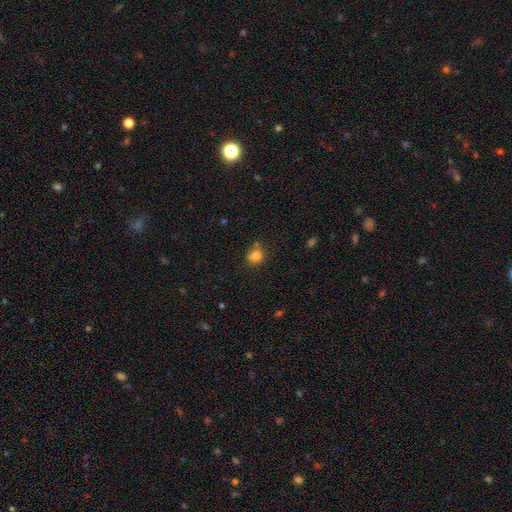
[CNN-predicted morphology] Smooth or featured? smooth (81%)
How rounded? round (75%)
Merging? none (61%)